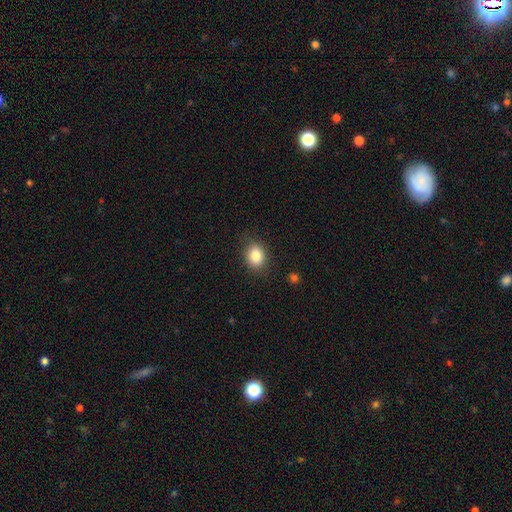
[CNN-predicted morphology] smooth_or_featured: smooth (p=0.84) [alt: star or artifact p=0.10]
how_rounded: in between (p=0.55) [alt: round p=0.44]
merging: none (p=0.84) [alt: minor disturbance p=0.12]